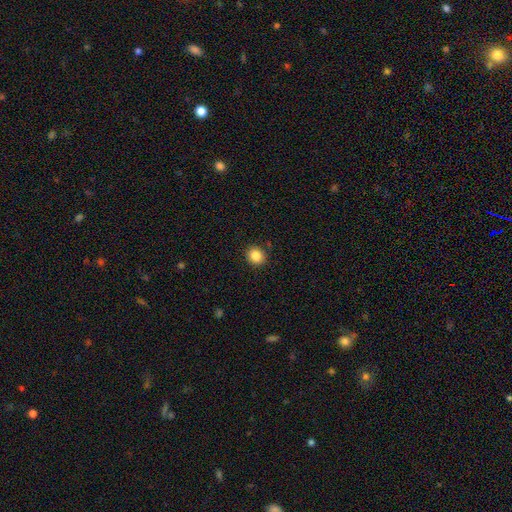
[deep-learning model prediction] Smooth or featured? Predicted: smooth (p=0.85). How rounded? Predicted: round (p=0.81). Merging? Predicted: none (p=0.90).